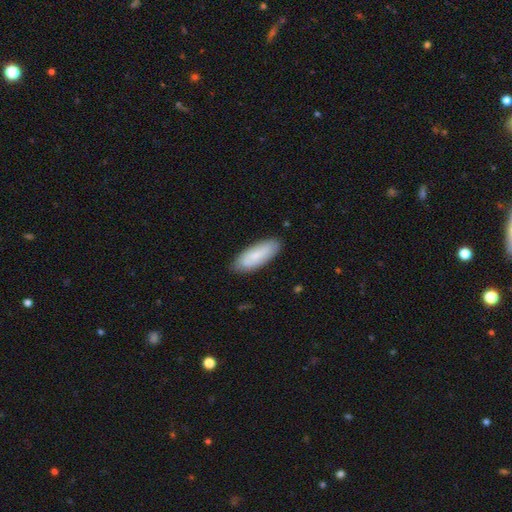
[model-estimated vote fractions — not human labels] Smooth or featured?
  - smooth: 72% *
  - featured or disk: 22%
  - star or artifact: 6%
How rounded?
  - in between: 72% *
  - cigar-shaped: 26%
  - round: 2%
Merging?
  - none: 83% *
  - minor disturbance: 14%
  - major disturbance: 2%
  - merger: 1%